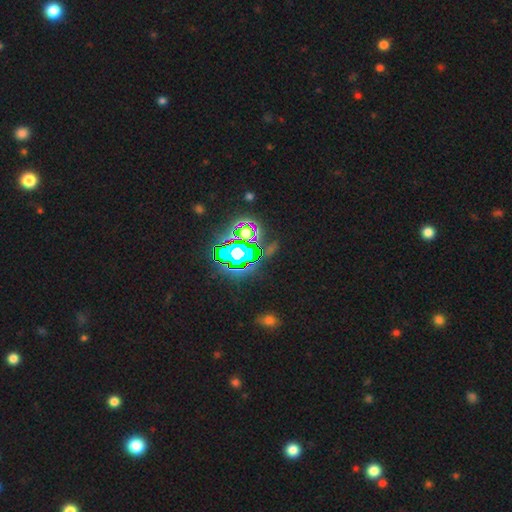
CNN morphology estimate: Overall: star or artifact (81%).